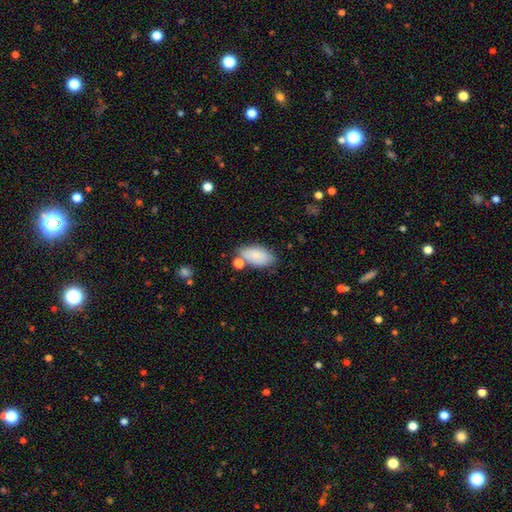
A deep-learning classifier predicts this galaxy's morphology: A smooth galaxy with no disk features (83%) that is in between round and cigar-shaped (93%). Merging: none (62%).